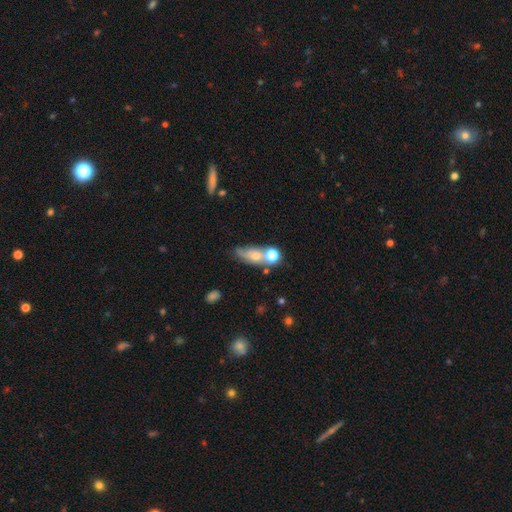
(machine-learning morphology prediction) Smooth or featured: smooth — 57% (featured or disk — 29%)
How rounded: in between — 55% (round — 30%)
Merging: merger — 35% (tied with none — 35%)